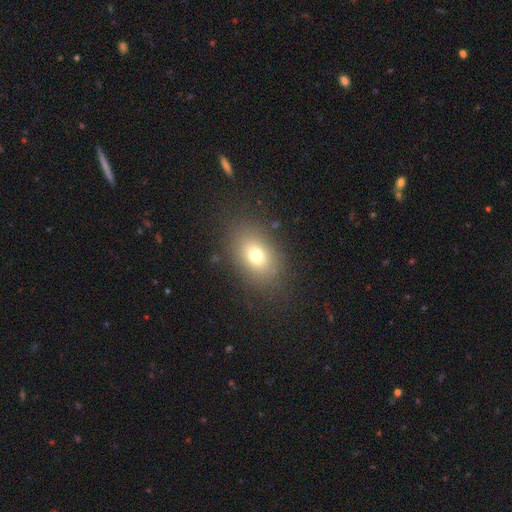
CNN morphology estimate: The model was most divided on "how rounded": in between: 77%, round: 22%, cigar-shaped: 2%. More confident: merging — none (81%); smooth or featured — smooth (73%).